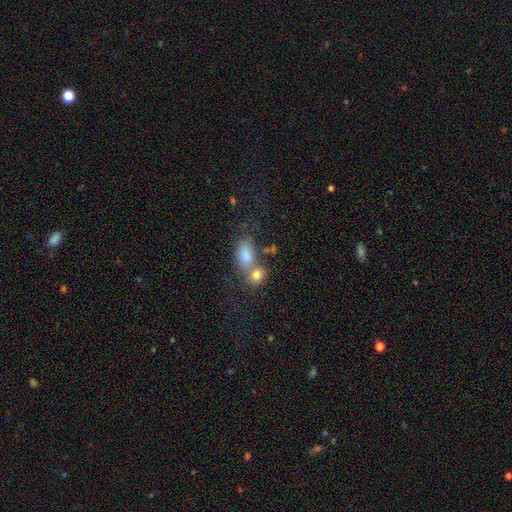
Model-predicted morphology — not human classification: Smooth or featured: smooth — 52% (featured or disk — 24%)
How rounded: in between — 46% (round — 45%)
Merging: merger — 53% (none — 29%)